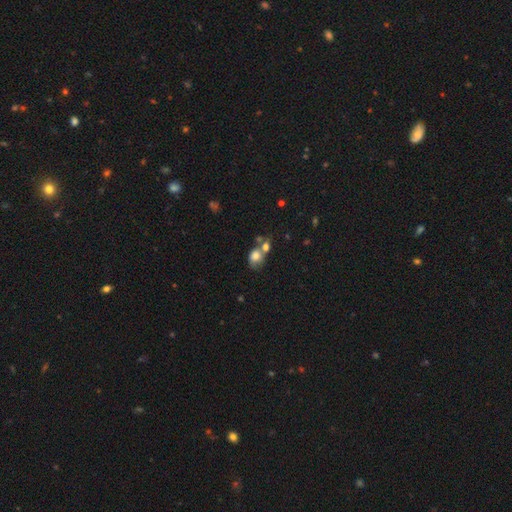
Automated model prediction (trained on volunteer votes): Morphology: type=smooth (75%); roundness=round (55%); merging=merger (49%).